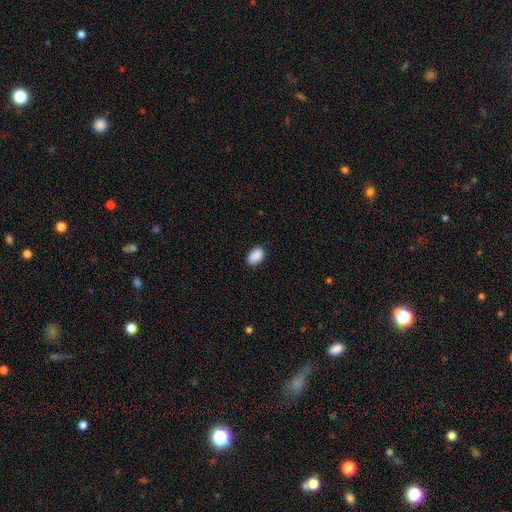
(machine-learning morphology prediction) This appears to be a smooth galaxy with no disk features (89%) that is in between round and cigar-shaped (89%). Merging: none (83%).